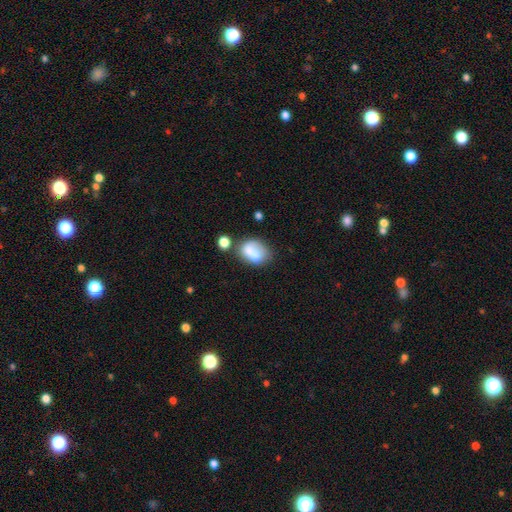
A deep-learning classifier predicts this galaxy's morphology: smooth_or_featured: smooth (p=0.67) [alt: featured or disk p=0.24]
how_rounded: in between (p=0.68) [alt: round p=0.30]
merging: none (p=0.38) [alt: merger p=0.28]